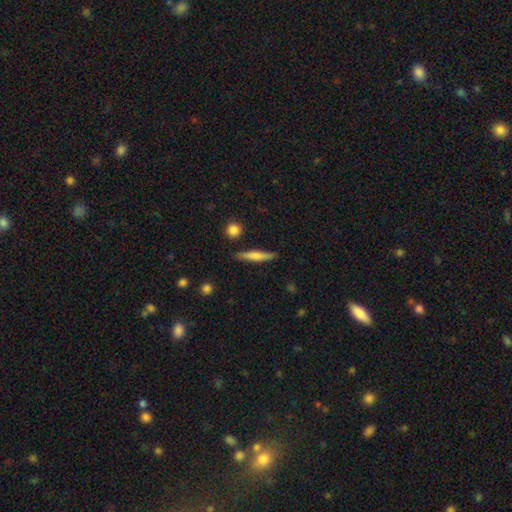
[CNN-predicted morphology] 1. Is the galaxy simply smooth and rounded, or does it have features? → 65% smooth, 29% featured or disk, 6% star or artifact.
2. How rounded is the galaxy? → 90% cigar-shaped, 8% in between, 2% round.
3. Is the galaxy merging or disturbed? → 86% none, 10% minor disturbance, 2% merger, 2% major disturbance.